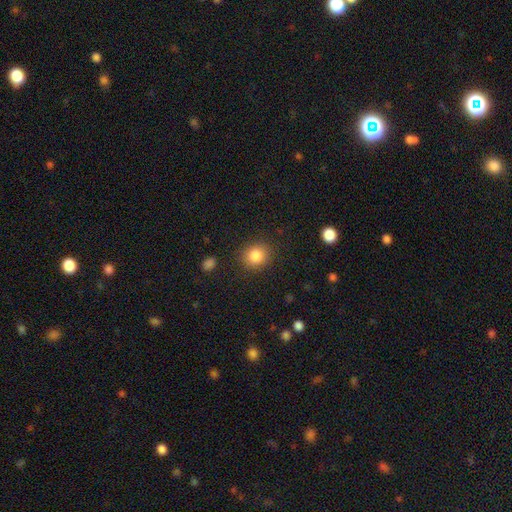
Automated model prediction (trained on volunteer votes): A smooth galaxy with no disk features (84%) that is round (81%). Merging: none (87%).